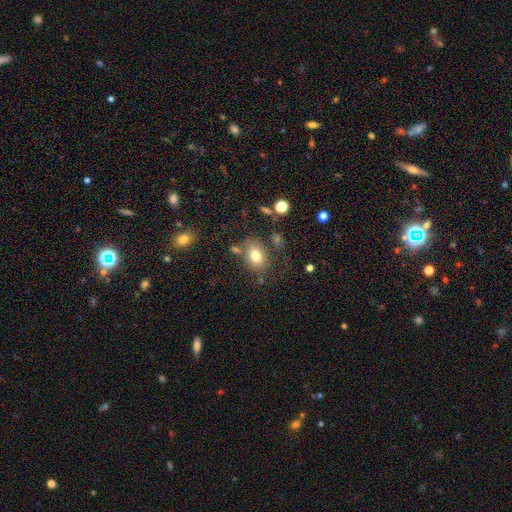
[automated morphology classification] type=smooth (77%); roundness=in between (70%); merging=none (71%).